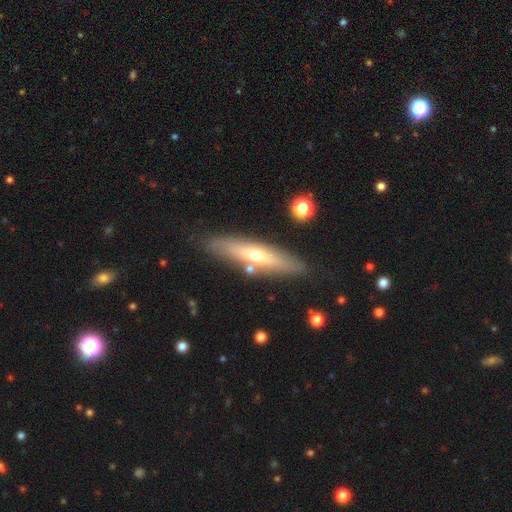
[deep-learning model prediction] This appears to be a featured or disk galaxy (47%). Merging: none (80%).